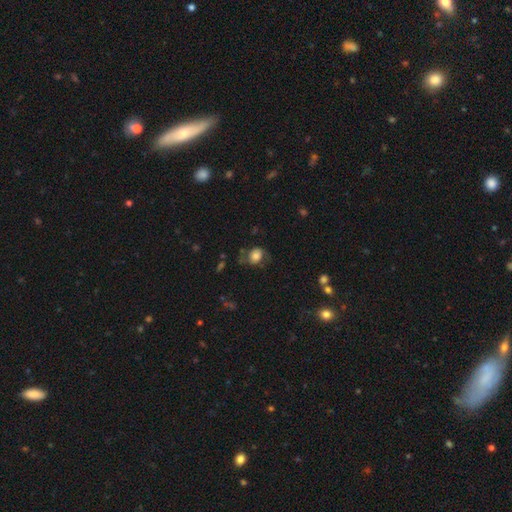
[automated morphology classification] The model was most divided on "how rounded": round: 50%, in between: 49%, cigar-shaped: 1%. More confident: smooth or featured — smooth (70%); merging — none (53%).